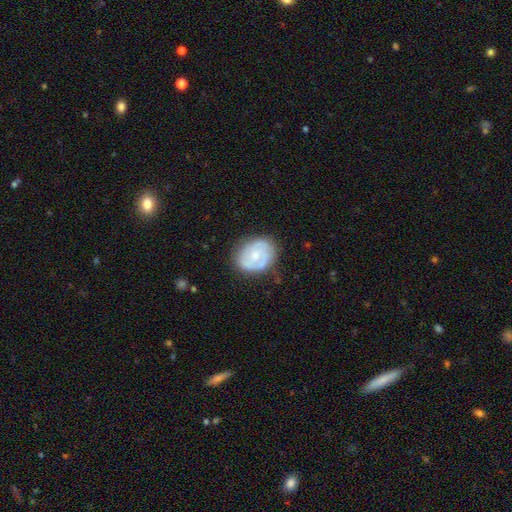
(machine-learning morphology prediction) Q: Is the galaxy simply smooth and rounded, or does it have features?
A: featured or disk — 65%.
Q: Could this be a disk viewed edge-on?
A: no — 98%.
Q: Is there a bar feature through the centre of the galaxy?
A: no — 68%.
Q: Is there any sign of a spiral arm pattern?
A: yes — 78%.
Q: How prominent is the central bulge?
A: small — 48%.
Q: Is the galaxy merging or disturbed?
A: none — 72%.